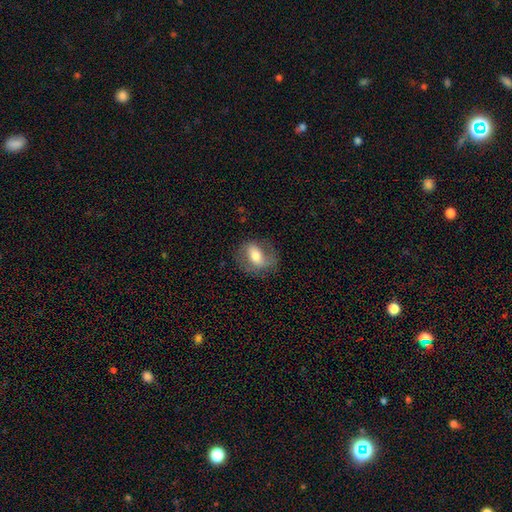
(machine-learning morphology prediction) A smooth galaxy with no disk features (47%). Merging: none (71%).